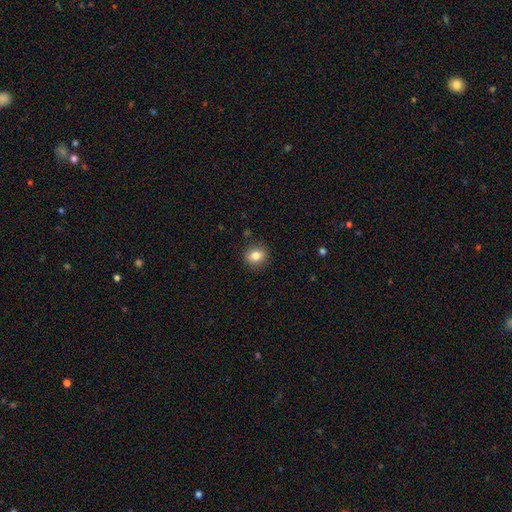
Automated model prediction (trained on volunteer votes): A smooth galaxy with no disk features (81%) that is round (70%). Merging: none (88%).